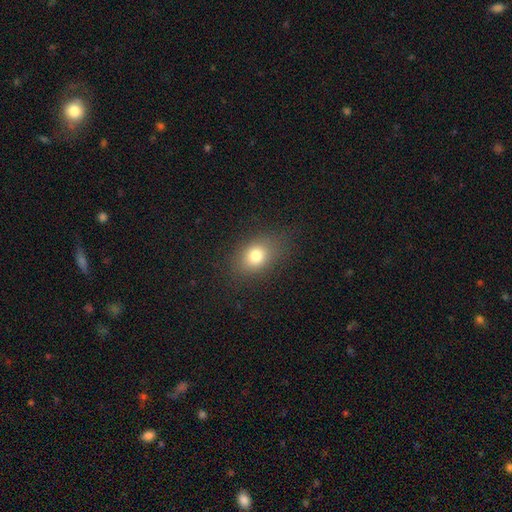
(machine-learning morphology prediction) This appears to be a smooth galaxy with no disk features (78%) that is in between round and cigar-shaped (66%). Merging: none (80%).